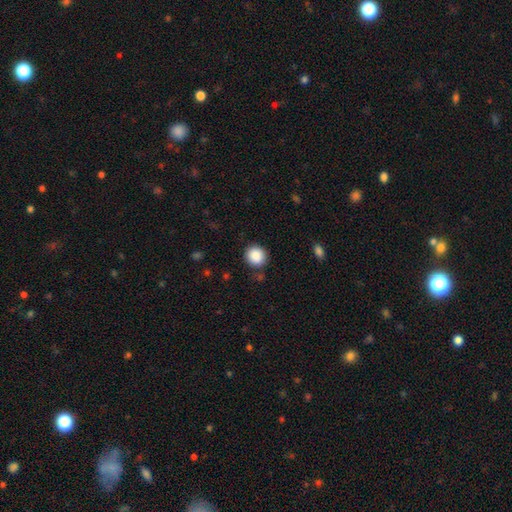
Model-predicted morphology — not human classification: This appears to be a smooth galaxy with no disk features (88%) that is round (89%). Merging: none (84%).